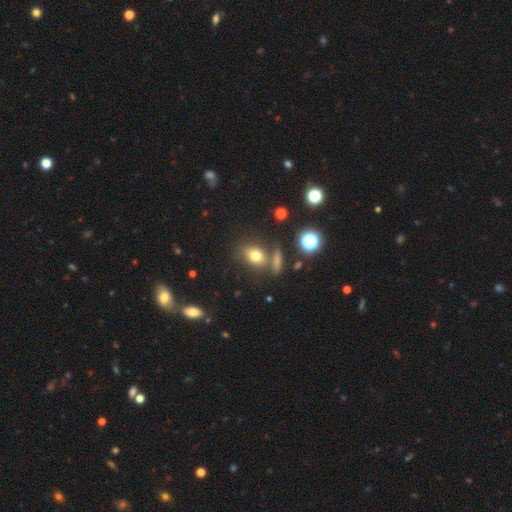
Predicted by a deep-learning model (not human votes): Smooth or featured? smooth (74%)
How rounded? in between (63%)
Merging? none (66%)